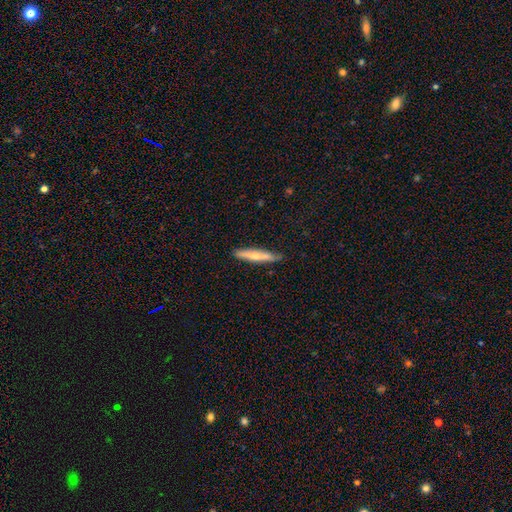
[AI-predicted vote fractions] Overall: smooth (55%; featured or disk 40%). How rounded: cigar-shaped (91%). Merging: none (84%).